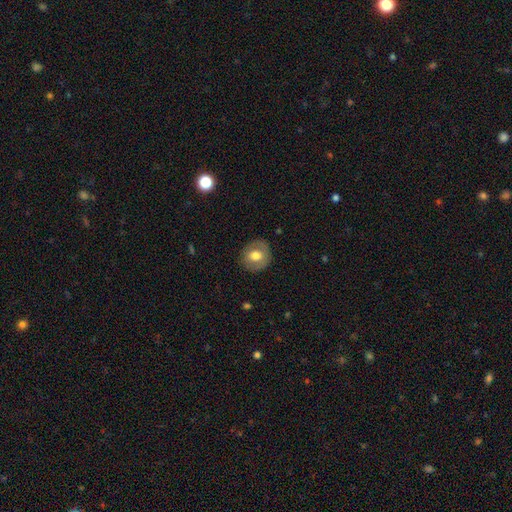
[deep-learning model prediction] Q: Smooth or featured?
A: smooth (65%); runner-up: featured or disk (27%)
Q: How rounded?
A: round (82%); runner-up: in between (17%)
Q: Merging?
A: none (84%); runner-up: minor disturbance (12%)